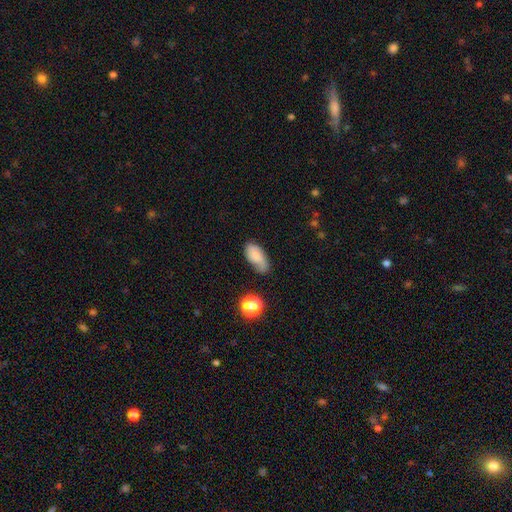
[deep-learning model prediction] Morphology: type=smooth (77%); roundness=in between (90%); merging=none (54%).